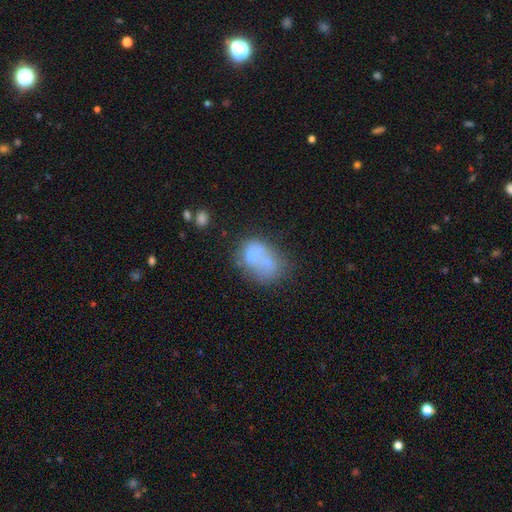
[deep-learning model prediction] Q: Smooth or featured?
A: smooth (53%); runner-up: featured or disk (35%)
Q: How rounded?
A: in between (65%); runner-up: round (34%)
Q: Merging?
A: merger (49%); runner-up: none (25%)